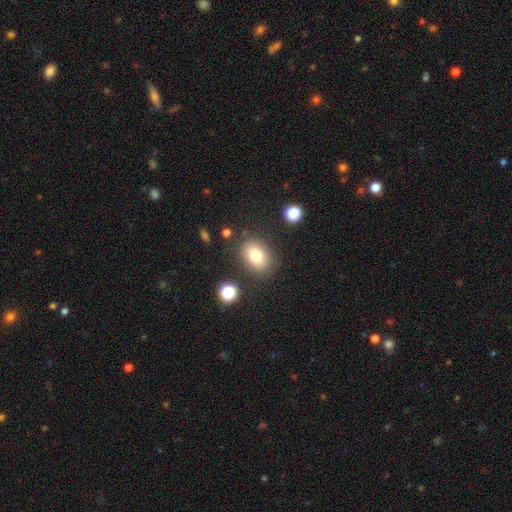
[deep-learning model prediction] smooth 77%, featured or disk 12%, star or artifact 11%. Down the decision tree: how rounded — in between (70%); merging — none (81%).